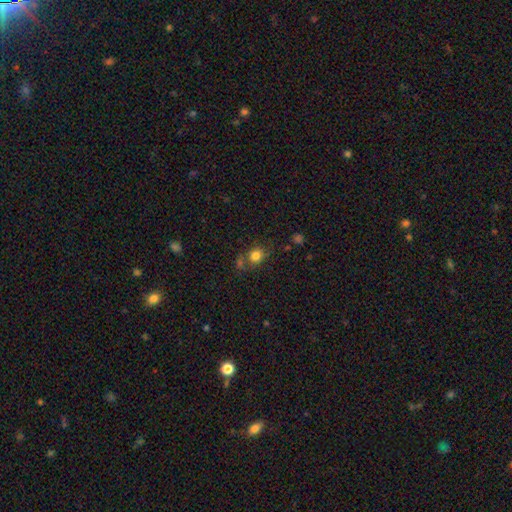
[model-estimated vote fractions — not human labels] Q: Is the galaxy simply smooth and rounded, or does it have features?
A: smooth — 80%.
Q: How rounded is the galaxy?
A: round — 68%.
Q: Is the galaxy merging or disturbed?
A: none — 60%.